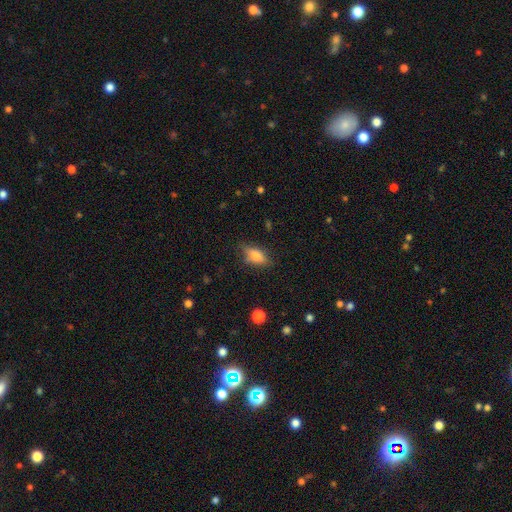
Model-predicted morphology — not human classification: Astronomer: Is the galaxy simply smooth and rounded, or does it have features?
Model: smooth — 70%.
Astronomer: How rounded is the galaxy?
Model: in between — 80%.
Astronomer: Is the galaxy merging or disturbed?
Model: none — 76%.